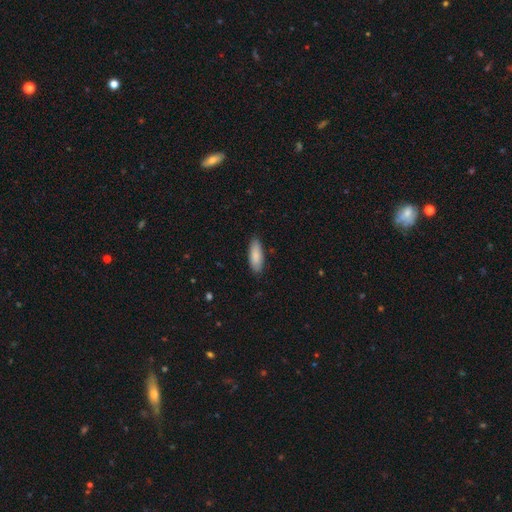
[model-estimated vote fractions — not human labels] Smooth or featured?
  - smooth: 88% *
  - featured or disk: 7%
  - star or artifact: 6%
How rounded?
  - in between: 68% *
  - cigar-shaped: 31%
  - round: 2%
Merging?
  - none: 86% *
  - minor disturbance: 11%
  - major disturbance: 2%
  - merger: 1%